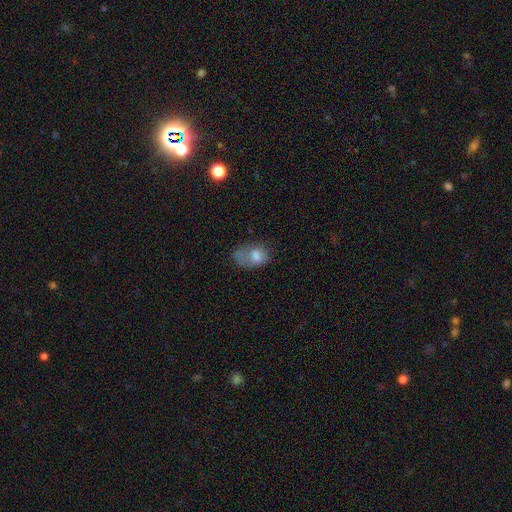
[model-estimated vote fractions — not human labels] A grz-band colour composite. It shows a smooth galaxy with no disk features (68%) that is in between round and cigar-shaped (75%). Merging: major disturbance (35%).